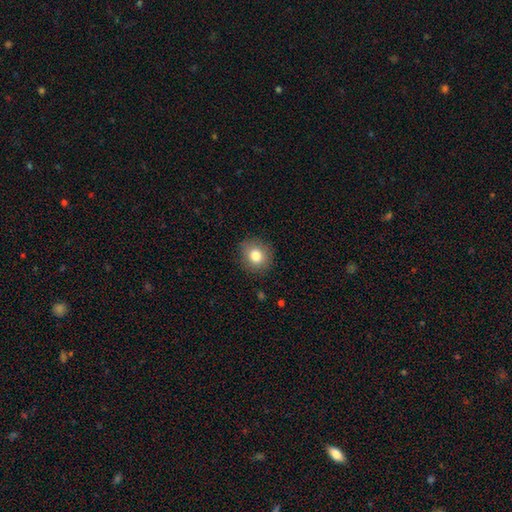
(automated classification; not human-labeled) Smooth or featured: smooth — 81% (star or artifact — 10%)
How rounded: round — 81% (in between — 19%)
Merging: none — 86% (minor disturbance — 10%)